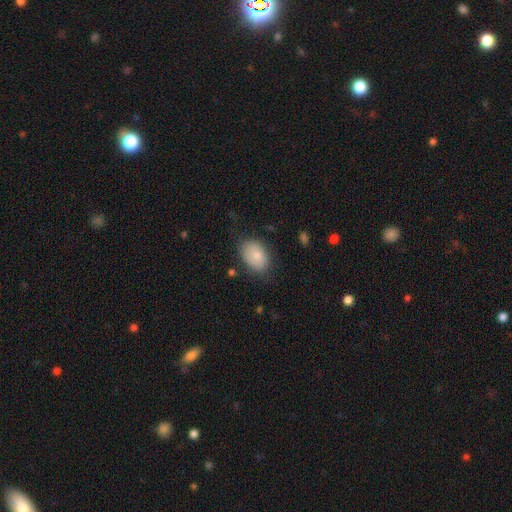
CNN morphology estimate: smooth-or-featured: smooth: 82% | featured or disk: 11% | star or artifact: 7%
  how-rounded: in between: 80% | round: 19% | cigar-shaped: 1%
  merging: none: 73% | minor disturbance: 20% | major disturbance: 5% | merger: 2%